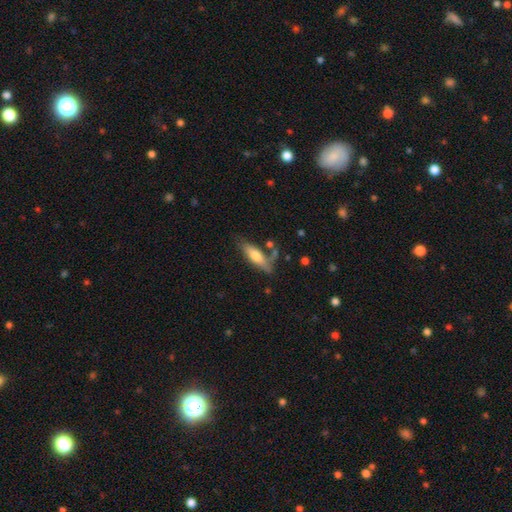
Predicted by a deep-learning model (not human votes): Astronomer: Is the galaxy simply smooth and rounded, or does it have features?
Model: smooth — 66%.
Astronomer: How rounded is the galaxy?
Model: in between — 50% (runner-up: cigar-shaped, 48%).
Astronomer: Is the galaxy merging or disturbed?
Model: none — 57%.